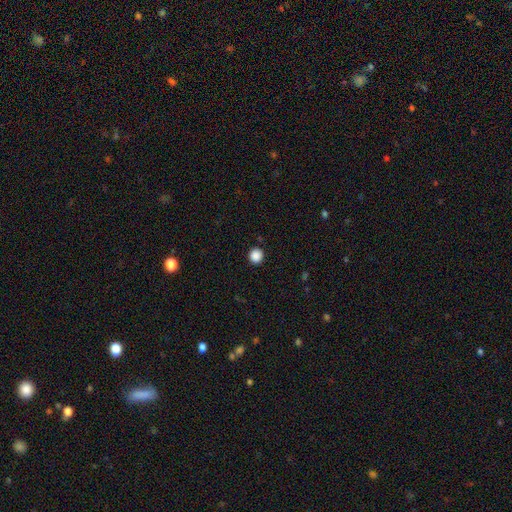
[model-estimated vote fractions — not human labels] This appears to be a smooth galaxy with no disk features (88%) that is round (93%). Merging: none (92%).